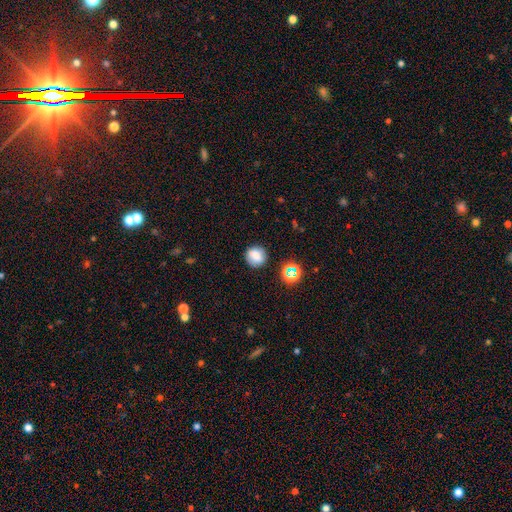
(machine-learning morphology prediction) smooth 74%, star or artifact 14%, featured or disk 12%. Down the decision tree: how rounded — round (84%); merging — none (82%).